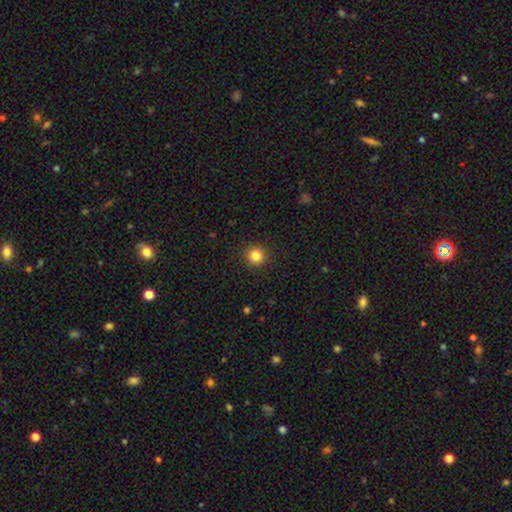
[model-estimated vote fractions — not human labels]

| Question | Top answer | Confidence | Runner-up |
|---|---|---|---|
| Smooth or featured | smooth | 84% | star or artifact (12%) |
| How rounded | round | 94% | in between (5%) |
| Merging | none | 92% | minor disturbance (5%) |